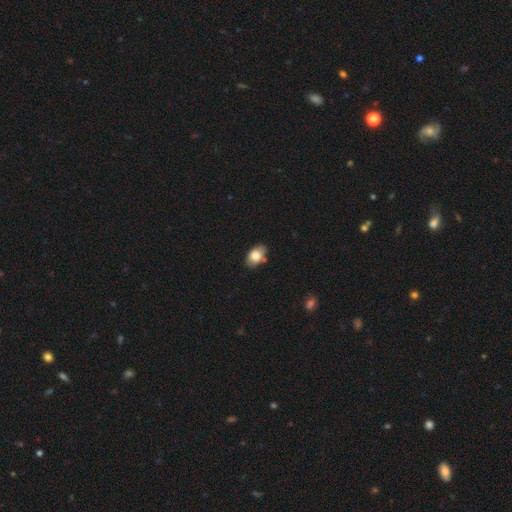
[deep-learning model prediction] The model was most divided on "merging": none: 76%, minor disturbance: 18%, merger: 4%, major disturbance: 3%. More confident: how rounded — in between (87%); smooth or featured — smooth (79%).